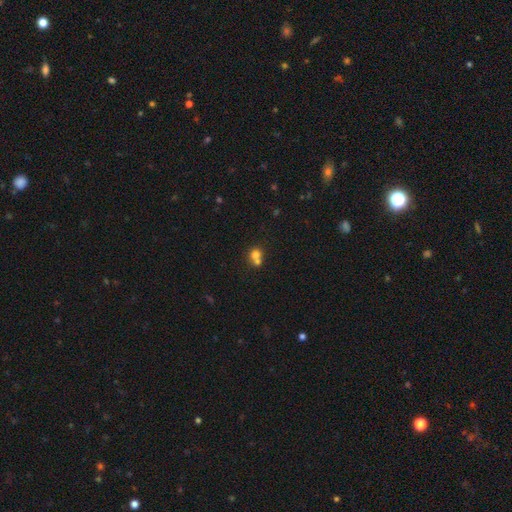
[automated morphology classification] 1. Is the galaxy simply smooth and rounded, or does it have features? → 72% smooth, 15% featured or disk, 13% star or artifact.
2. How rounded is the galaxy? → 80% round, 19% in between, 1% cigar-shaped.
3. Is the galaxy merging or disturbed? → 58% merger, 33% none, 6% minor disturbance, 3% major disturbance.